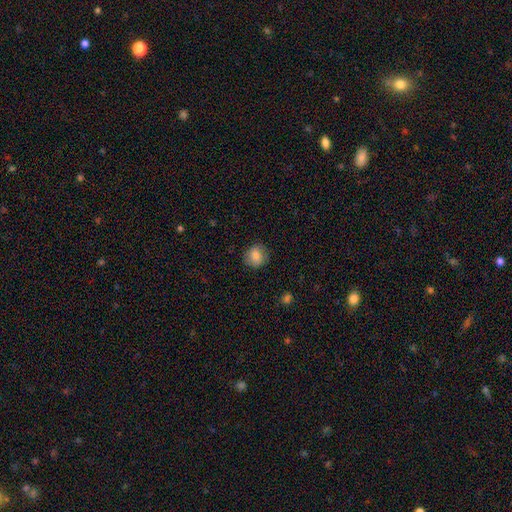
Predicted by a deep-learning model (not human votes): smooth_or_featured: smooth (p=0.85) [alt: star or artifact p=0.09]
how_rounded: round (p=0.83) [alt: in between p=0.16]
merging: none (p=0.84) [alt: minor disturbance p=0.12]